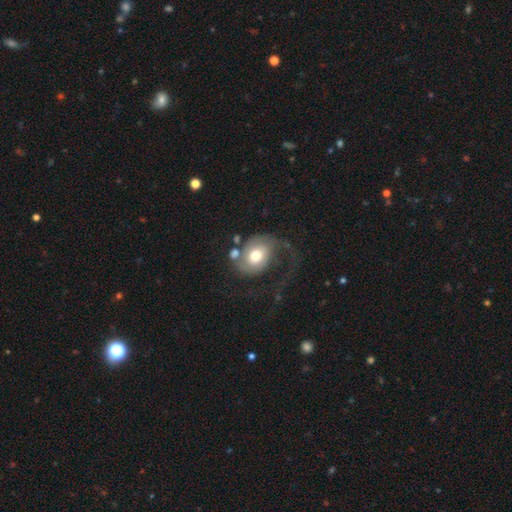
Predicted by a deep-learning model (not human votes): A featured or disk galaxy (57%) with no bar (74%), spiral arms (78%) and a moderate central bulge (67%).

Vote fractions:
- Smooth or featured? featured or disk: 57% / smooth: 36% / star or artifact: 7%
- Edge-on disk? no: 96% / yes: 4%
- Bar? no: 74% / weak: 21% / strong: 5%
- Spiral arms? yes: 78% / no: 22%
- Bulge size? moderate: 67% / large: 21% / small: 9% / dominant: 3% / none: 1%
- Merging? major disturbance: 45% / none: 30% / minor disturbance: 15% / merger: 10%